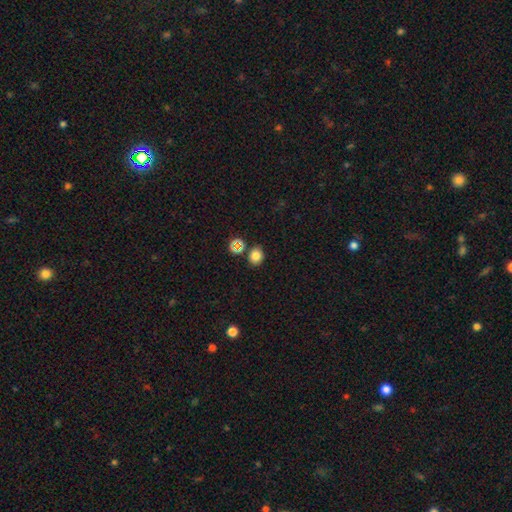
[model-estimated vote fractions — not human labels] Smooth or featured?
  - smooth: 78% *
  - star or artifact: 16%
  - featured or disk: 6%
How rounded?
  - round: 67% *
  - in between: 32%
  - cigar-shaped: 1%
Merging?
  - none: 82% *
  - minor disturbance: 9%
  - merger: 7%
  - major disturbance: 3%